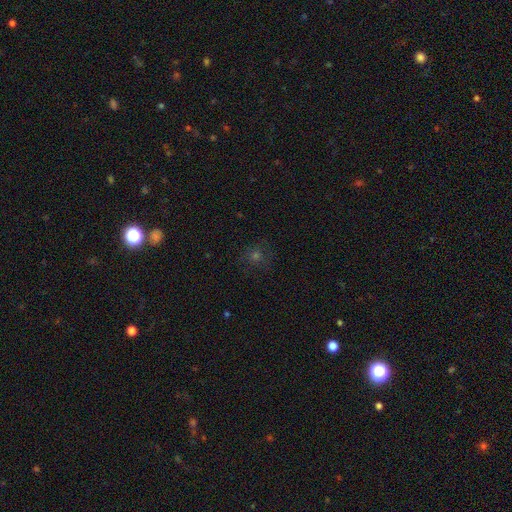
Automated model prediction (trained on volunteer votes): Smooth or featured? smooth (45%)
Merging? none (83%)